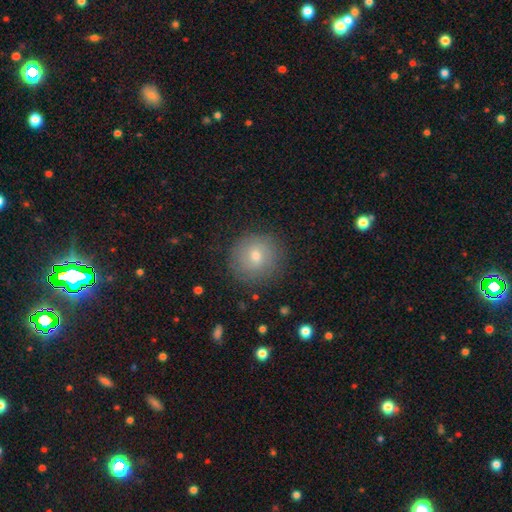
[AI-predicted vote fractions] A smooth galaxy with no disk features (66%) that is round (93%).

Vote fractions:
- Smooth or featured? smooth: 66% / featured or disk: 21% / star or artifact: 13%
- How rounded? round: 93% / in between: 6% / cigar-shaped: 1%
- Merging? none: 86% / minor disturbance: 10% / major disturbance: 3% / merger: 1%